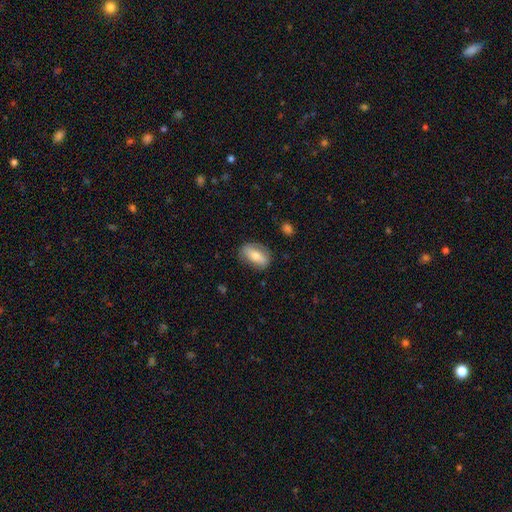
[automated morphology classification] smooth 62%, featured or disk 32%, star or artifact 7%. Down the decision tree: how rounded — in between (85%); merging — none (78%).